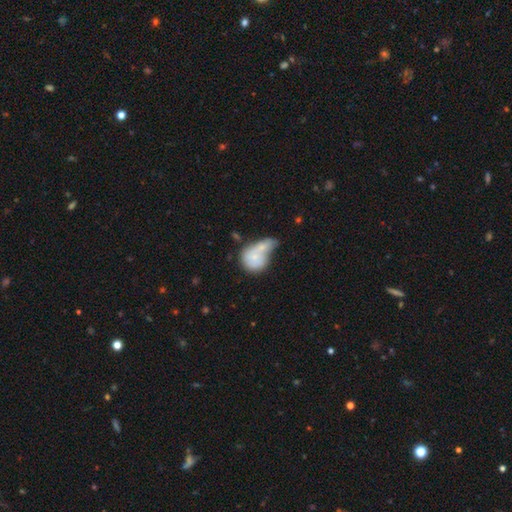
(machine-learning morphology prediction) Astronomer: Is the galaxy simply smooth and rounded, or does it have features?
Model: smooth — 68%.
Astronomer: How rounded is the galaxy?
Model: round — 51% (runner-up: in between, 47%).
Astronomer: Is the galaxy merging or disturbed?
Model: merger — 57%.